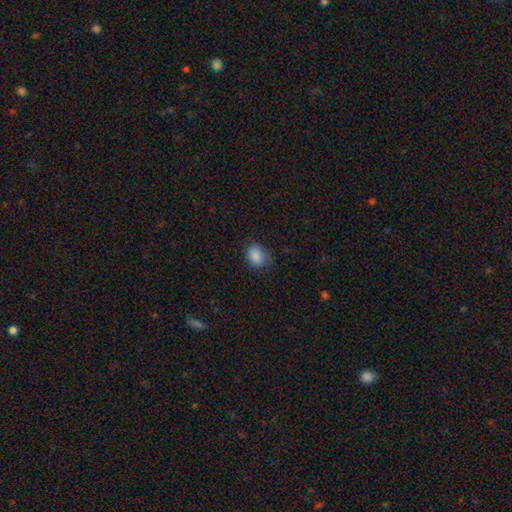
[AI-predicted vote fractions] This is clearly a smooth galaxy (86%). How rounded: likely in between (63%). Merging: likely none (68%).